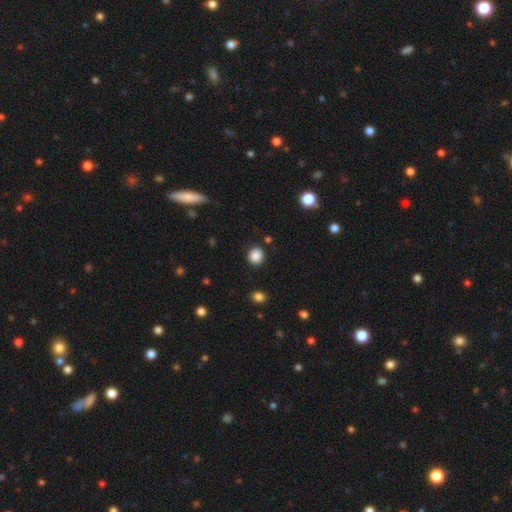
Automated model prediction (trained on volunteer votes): This appears to be a smooth galaxy with no disk features (87%) that is round (80%). Merging: none (88%).